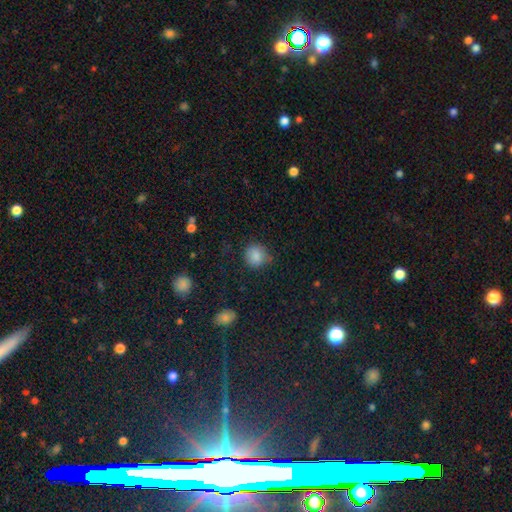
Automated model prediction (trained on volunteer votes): Smooth or featured? smooth (85%)
How rounded? round (86%)
Merging? none (77%)